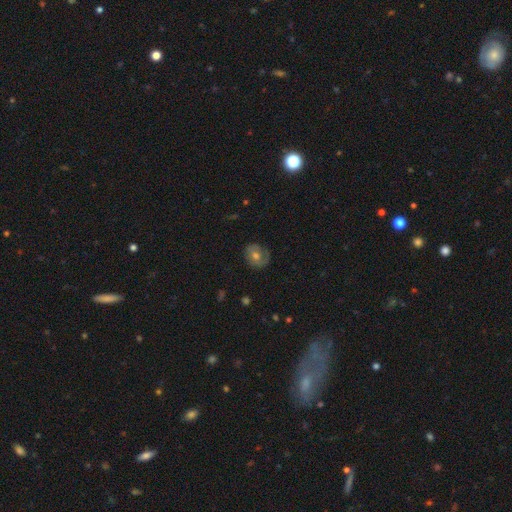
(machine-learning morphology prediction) Smooth or featured?
  - featured or disk: 45% *
  - smooth: 44%
  - star or artifact: 11%
Merging?
  - none: 77% *
  - minor disturbance: 16%
  - major disturbance: 5%
  - merger: 1%